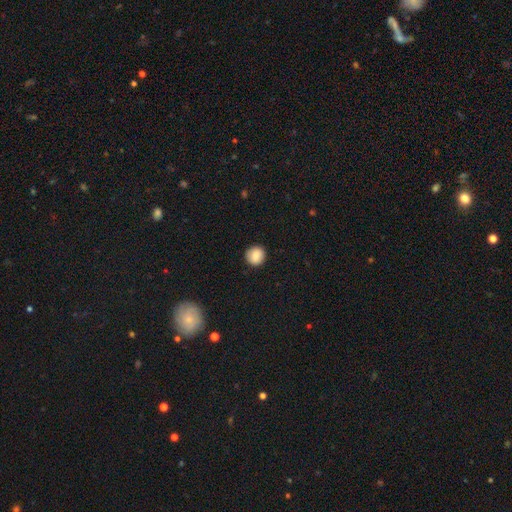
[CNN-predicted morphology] Q: Smooth or featured?
A: smooth (87%); runner-up: star or artifact (8%)
Q: How rounded?
A: round (91%); runner-up: in between (8%)
Q: Merging?
A: none (90%); runner-up: minor disturbance (7%)